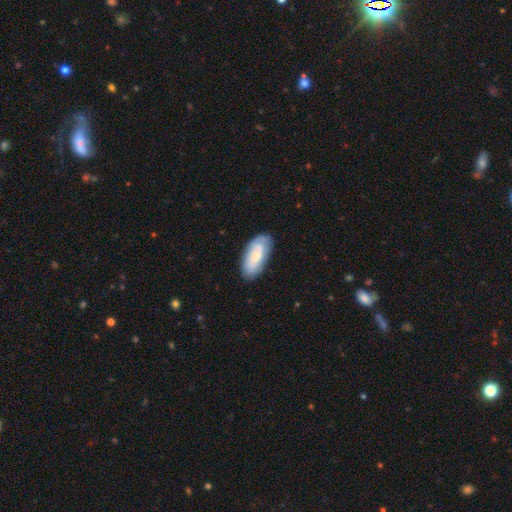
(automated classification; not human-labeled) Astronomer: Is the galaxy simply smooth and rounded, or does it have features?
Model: smooth — 61%.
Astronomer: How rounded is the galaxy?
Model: in between — 90%.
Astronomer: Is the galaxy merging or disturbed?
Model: none — 77%.